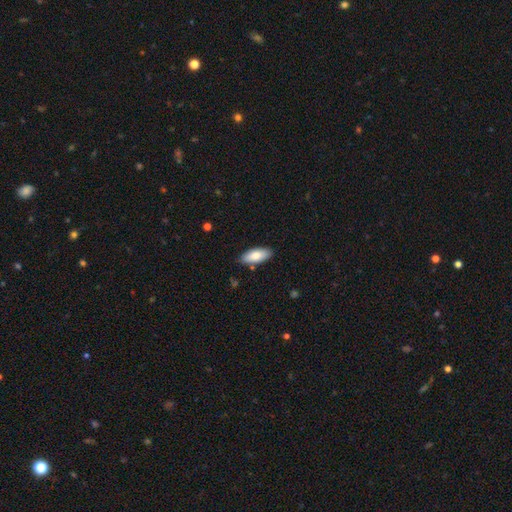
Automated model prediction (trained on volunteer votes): smooth_or_featured: smooth (p=0.80) [alt: featured or disk p=0.14]
how_rounded: in between (p=0.84) [alt: cigar-shaped p=0.15]
merging: none (p=0.86) [alt: minor disturbance p=0.11]